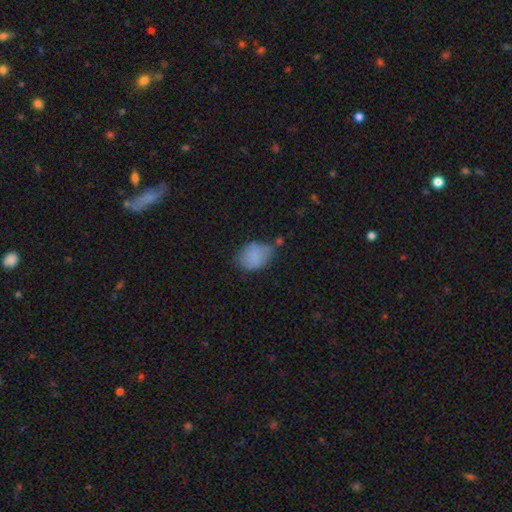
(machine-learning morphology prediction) Overall: smooth (80%). How rounded: in between (67%; round 32%). Merging: none (45%; minor disturbance 35%).